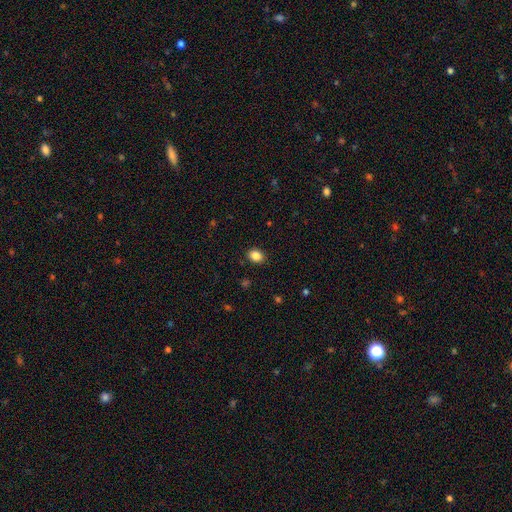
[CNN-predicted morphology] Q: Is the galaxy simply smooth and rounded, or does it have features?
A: smooth — 86%.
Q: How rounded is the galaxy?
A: in between — 55%.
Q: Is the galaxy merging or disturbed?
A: none — 89%.